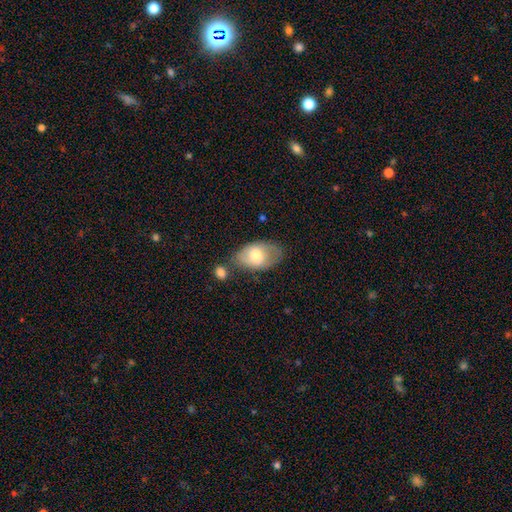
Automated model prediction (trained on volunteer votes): smooth_or_featured: smooth (p=0.66) [alt: featured or disk p=0.28]
how_rounded: in between (p=0.89) [alt: round p=0.09]
merging: none (p=0.53) [alt: minor disturbance p=0.26]